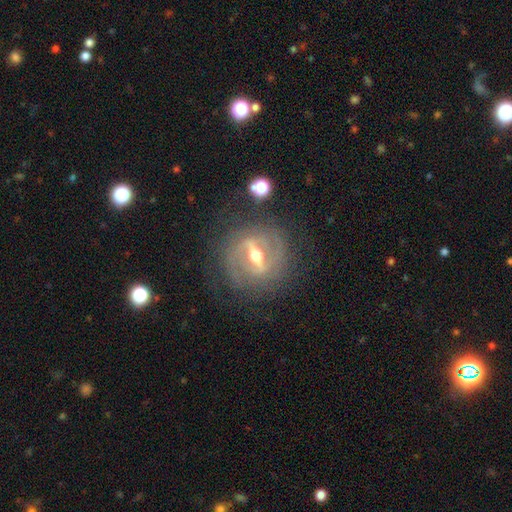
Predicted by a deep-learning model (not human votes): The model was most divided on "spiral winding": tight: 53%, medium: 34%, loose: 13%. More confident: smooth or featured — featured or disk (85%); edge-on disk — no (85%); merging — none (77%); spiral arms — yes (76%); bar — strong (73%); bulge size — moderate (73%); spiral arm count — 2 (53%).